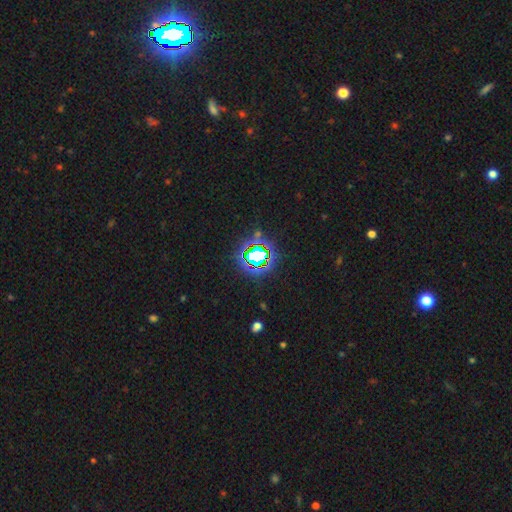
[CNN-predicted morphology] Q: Smooth or featured?
A: star or artifact (74%); runner-up: smooth (16%)